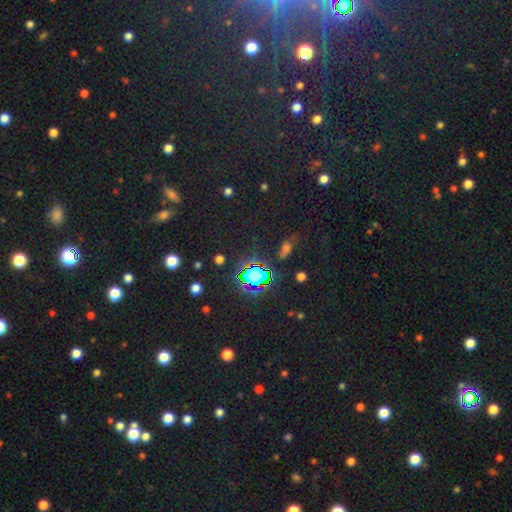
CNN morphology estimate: smooth-or-featured: star or artifact: 80% | smooth: 13% | featured or disk: 7%